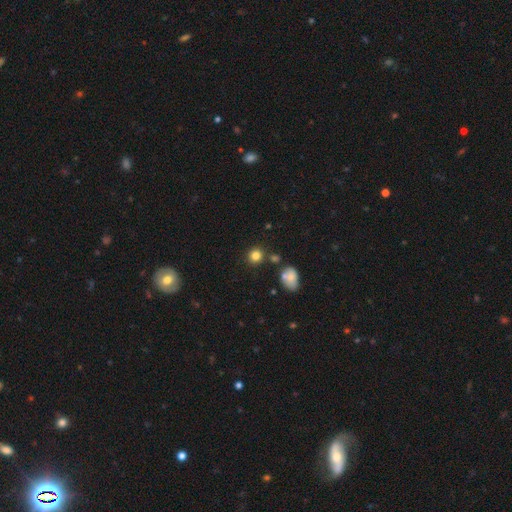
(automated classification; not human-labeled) Smooth or featured? Predicted: smooth (p=0.81). How rounded? Predicted: round (p=0.87). Merging? Predicted: none (p=0.81).